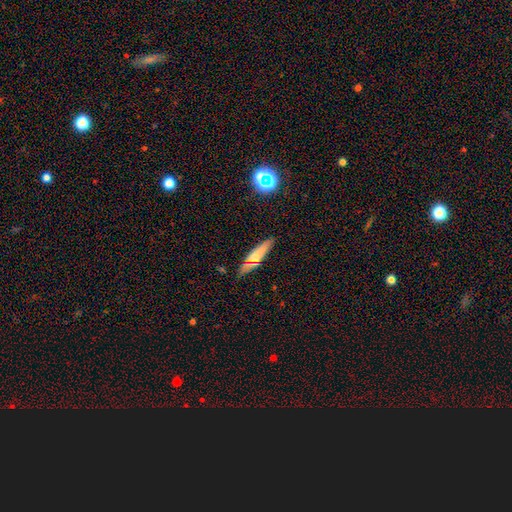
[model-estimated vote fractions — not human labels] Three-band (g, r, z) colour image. It shows a smooth galaxy with no disk features (66%) that is cigar-shaped (81%). Merging: none (84%).